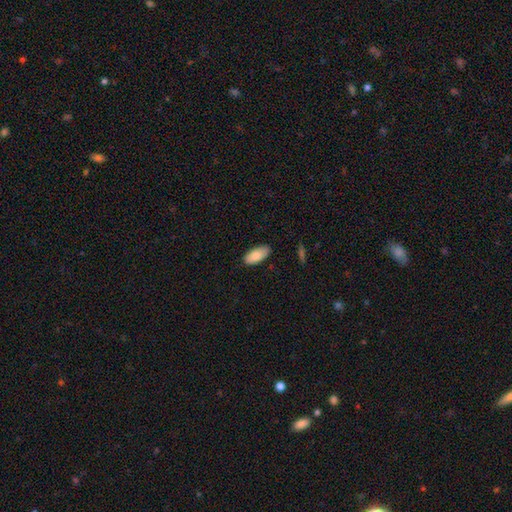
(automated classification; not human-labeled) A smooth galaxy with no disk features (82%) that is in between round and cigar-shaped (92%).

Vote fractions:
- Smooth or featured? smooth: 82% / featured or disk: 12% / star or artifact: 6%
- How rounded? in between: 92% / cigar-shaped: 6% / round: 2%
- Merging? none: 85% / minor disturbance: 12% / major disturbance: 2% / merger: 1%